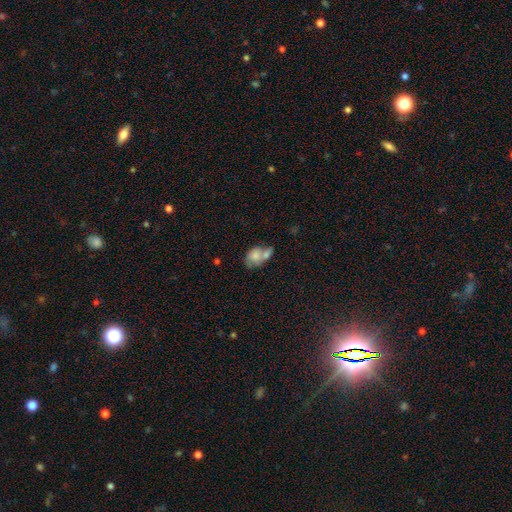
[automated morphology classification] type=smooth (69%); roundness=in between (76%); merging=merger (56%).